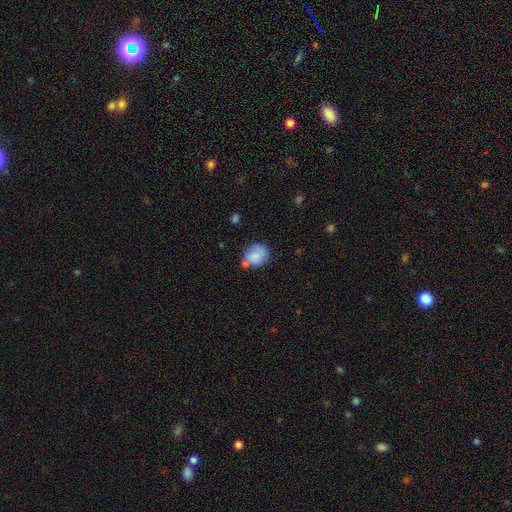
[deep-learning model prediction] smooth 78%, featured or disk 13%, star or artifact 9%. Down the decision tree: how rounded — round (64%); merging — none (51%).